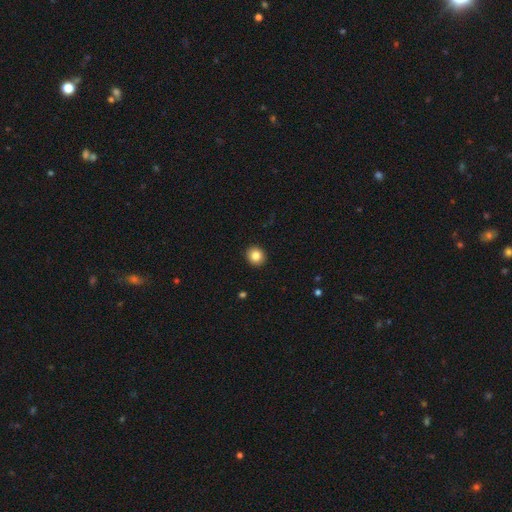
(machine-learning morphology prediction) type=smooth (84%); roundness=round (84%); merging=none (93%).